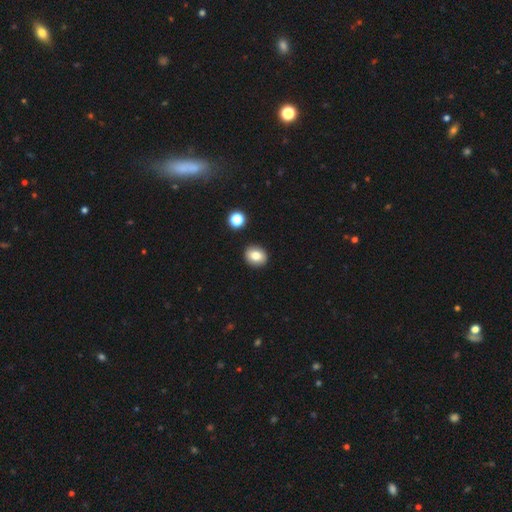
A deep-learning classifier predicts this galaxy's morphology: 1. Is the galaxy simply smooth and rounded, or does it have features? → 81% smooth, 10% star or artifact, 9% featured or disk.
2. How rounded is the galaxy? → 63% round, 36% in between, 1% cigar-shaped.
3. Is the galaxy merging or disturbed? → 89% none, 6% minor disturbance, 2% merger, 2% major disturbance.